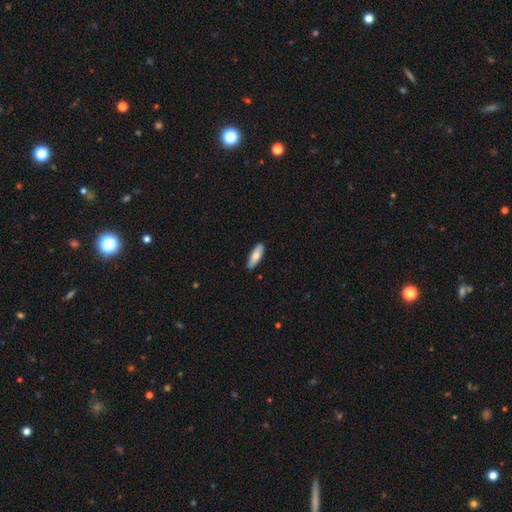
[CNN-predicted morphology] type=smooth (76%); roundness=in between (59%); merging=none (89%).